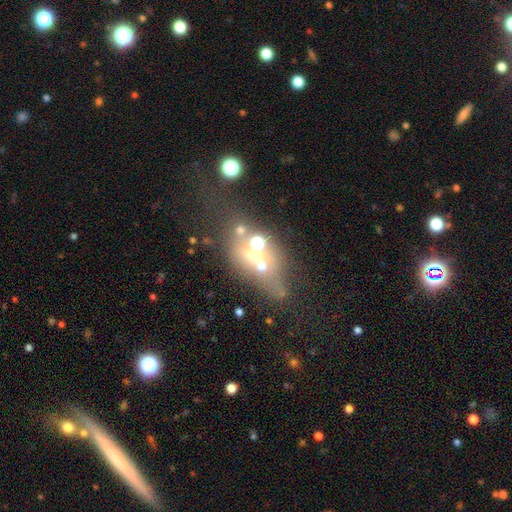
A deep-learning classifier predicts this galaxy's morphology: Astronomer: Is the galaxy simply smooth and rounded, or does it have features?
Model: smooth — 40% (runner-up: featured or disk, 36%).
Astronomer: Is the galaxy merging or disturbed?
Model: merger — 41% (runner-up: none, 36%).